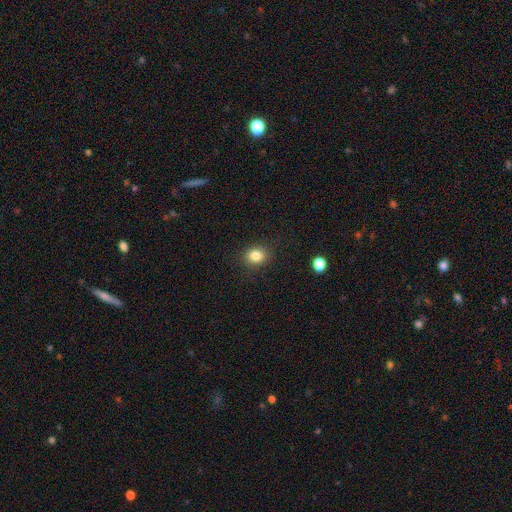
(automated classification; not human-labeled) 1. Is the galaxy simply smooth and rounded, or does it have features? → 83% smooth, 11% star or artifact, 6% featured or disk.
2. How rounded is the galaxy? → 63% round, 36% in between, 1% cigar-shaped.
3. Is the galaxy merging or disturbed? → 88% none, 8% minor disturbance, 3% major disturbance, 1% merger.